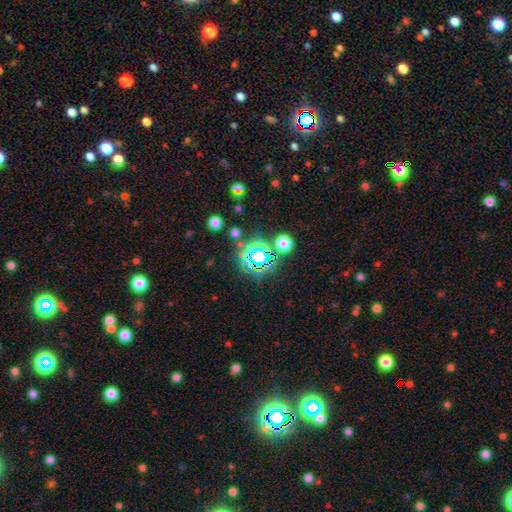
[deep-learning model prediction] star or artifact 74%, smooth 18%, featured or disk 8%.